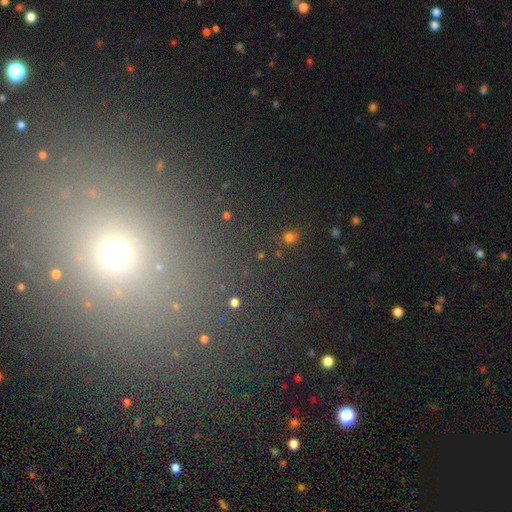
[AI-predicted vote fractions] Smooth or featured? Predicted: smooth (p=0.50). Merging? Predicted: none (p=0.87).